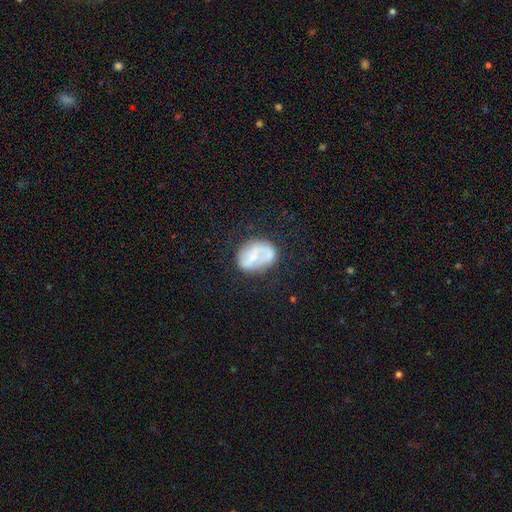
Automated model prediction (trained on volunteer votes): Smooth or featured? featured or disk (50%)
Merging? none (53%)